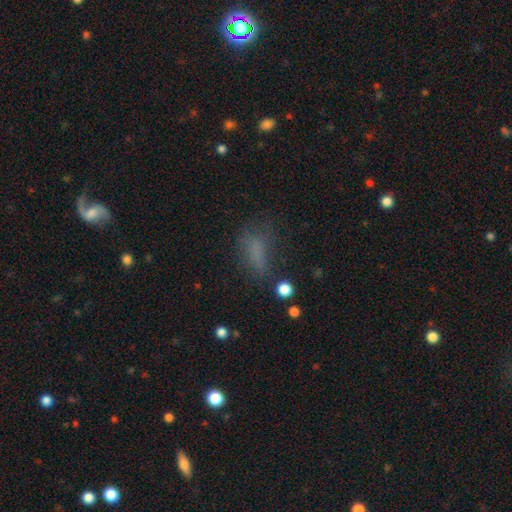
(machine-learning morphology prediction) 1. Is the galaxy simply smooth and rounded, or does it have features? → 56% smooth, 29% star or artifact, 15% featured or disk.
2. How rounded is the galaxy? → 74% in between, 14% cigar-shaped, 12% round.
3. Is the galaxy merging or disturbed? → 61% none, 21% minor disturbance, 14% major disturbance, 5% merger.